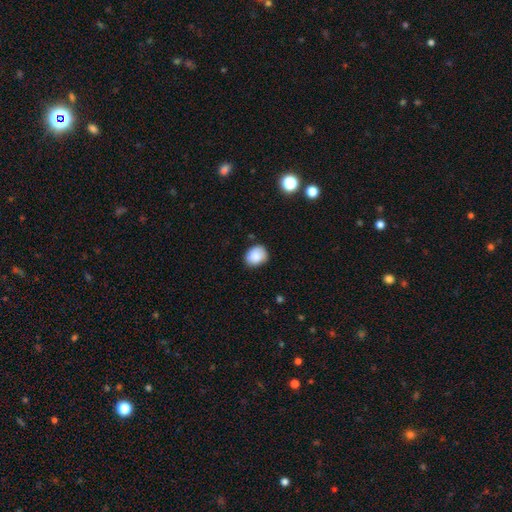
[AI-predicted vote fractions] Smooth or featured: smooth — 87% (star or artifact — 8%)
How rounded: round — 55% (in between — 44%)
Merging: none — 77% (minor disturbance — 19%)